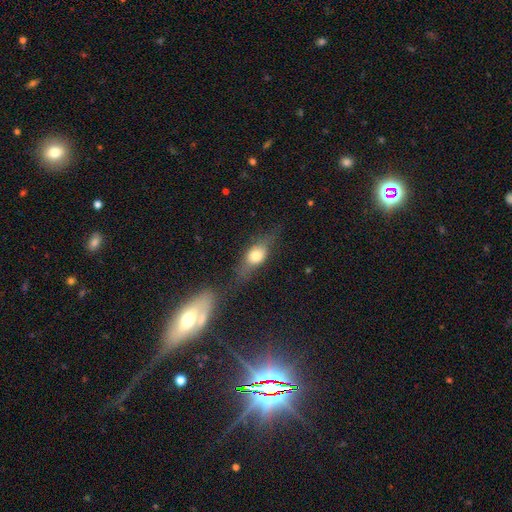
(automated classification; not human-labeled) This is possibly a smooth galaxy (59%). How rounded: possibly in between (59%). Merging: possibly none (53%).